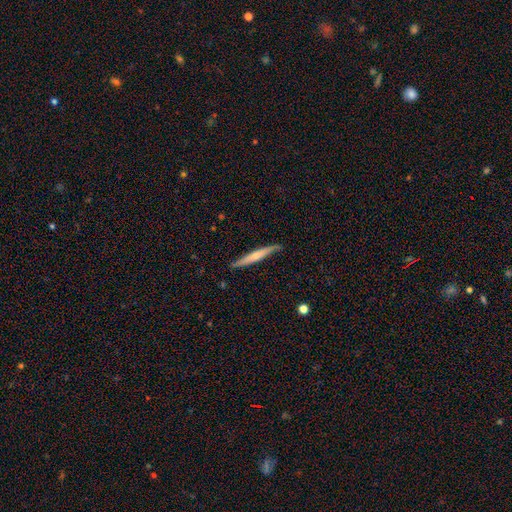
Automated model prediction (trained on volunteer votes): This appears to be a featured or disk galaxy (49%). Merging: none (85%).